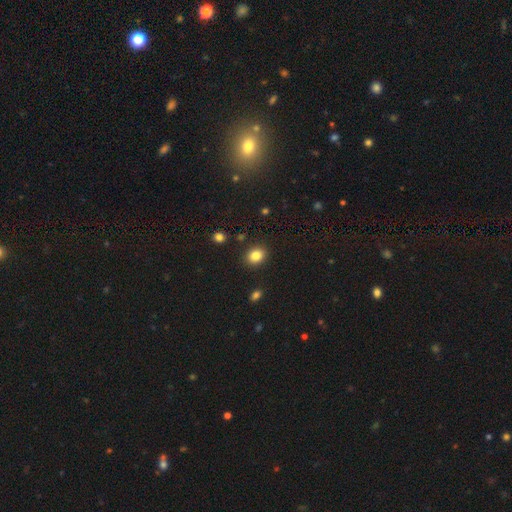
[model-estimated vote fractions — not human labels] This is clearly a smooth galaxy (84%). How rounded: possibly in between (50%). Merging: clearly none (88%).